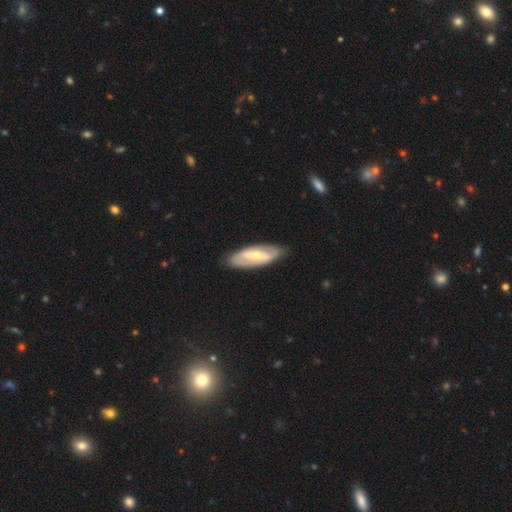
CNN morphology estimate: The model was most divided on "bulge size": small: 52%, moderate: 42%, large: 3%, none: 2%, dominant: 1%. More confident: edge-on disk — no (84%); merging — none (83%); smooth or featured — featured or disk (67%); bar — strong (58%); spiral arms — yes (57%).